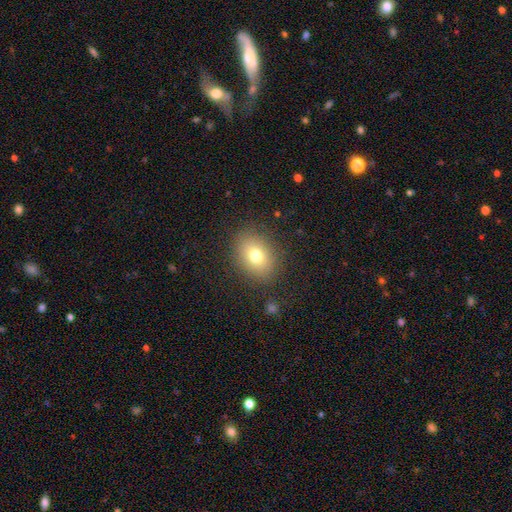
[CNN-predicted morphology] Smooth or featured?
  - smooth: 74% *
  - featured or disk: 13%
  - star or artifact: 13%
How rounded?
  - in between: 58% *
  - round: 40%
  - cigar-shaped: 1%
Merging?
  - none: 85% *
  - minor disturbance: 9%
  - major disturbance: 4%
  - merger: 1%